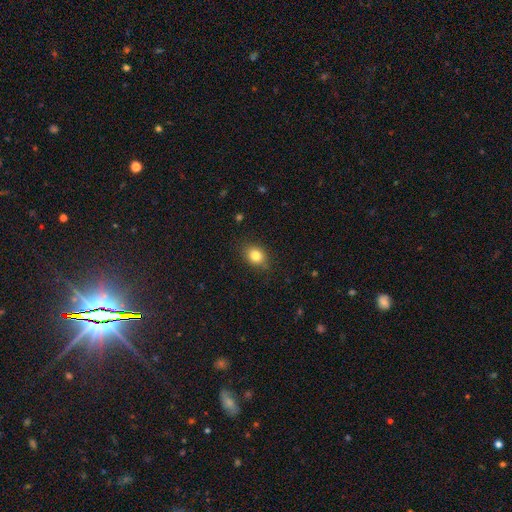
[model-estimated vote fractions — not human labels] smooth-or-featured: smooth: 82% | star or artifact: 10% | featured or disk: 8%
  how-rounded: in between: 57% | round: 41% | cigar-shaped: 1%
  merging: none: 83% | minor disturbance: 13% | major disturbance: 3% | merger: 1%